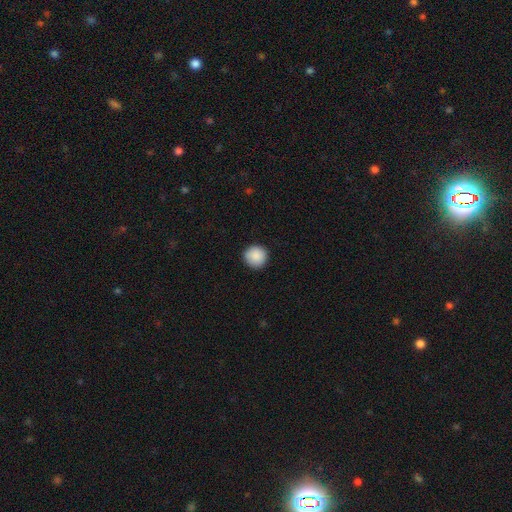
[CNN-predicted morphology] Smooth or featured? smooth (89%)
How rounded? round (95%)
Merging? none (91%)